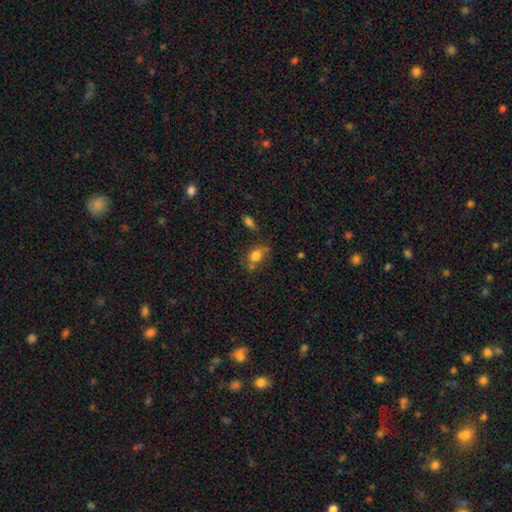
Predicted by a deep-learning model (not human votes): Q: Smooth or featured?
A: smooth (76%); runner-up: featured or disk (13%)
Q: How rounded?
A: in between (56%); runner-up: round (41%)
Q: Merging?
A: none (55%); runner-up: minor disturbance (22%)